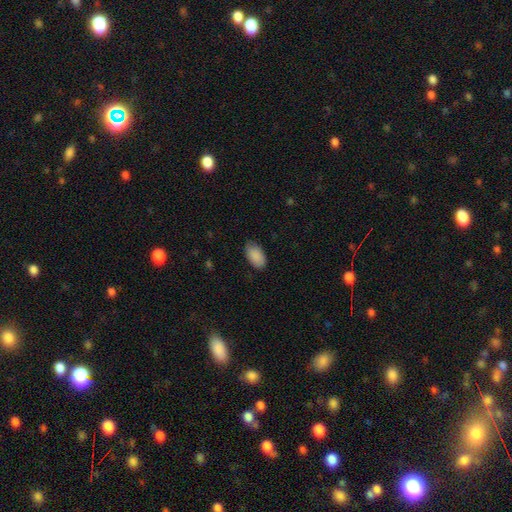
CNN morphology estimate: Smooth or featured?
  - smooth: 90% *
  - star or artifact: 6%
  - featured or disk: 4%
How rounded?
  - in between: 95% *
  - round: 4%
  - cigar-shaped: 1%
Merging?
  - none: 81% *
  - minor disturbance: 15%
  - major disturbance: 3%
  - merger: 1%